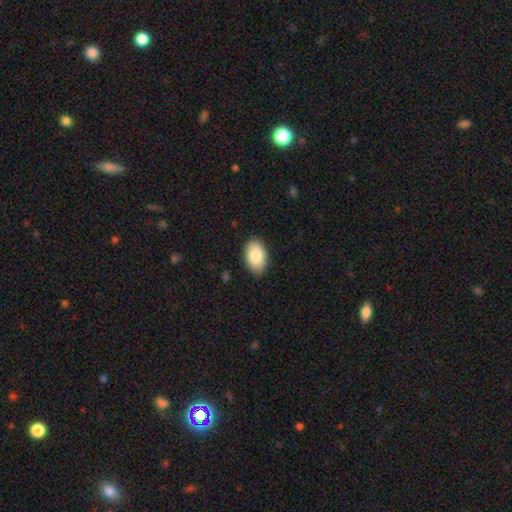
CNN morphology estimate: This is clearly a smooth galaxy (86%). How rounded: clearly in between (93%). Merging: clearly none (86%).